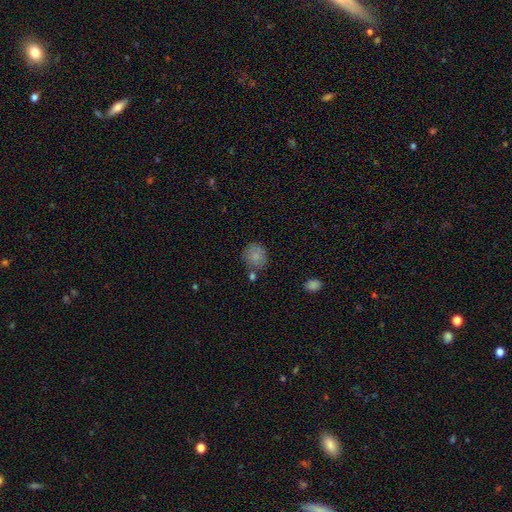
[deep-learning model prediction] Smooth or featured: smooth — 83% (star or artifact — 9%)
How rounded: round — 75% (in between — 24%)
Merging: none — 68% (minor disturbance — 16%)